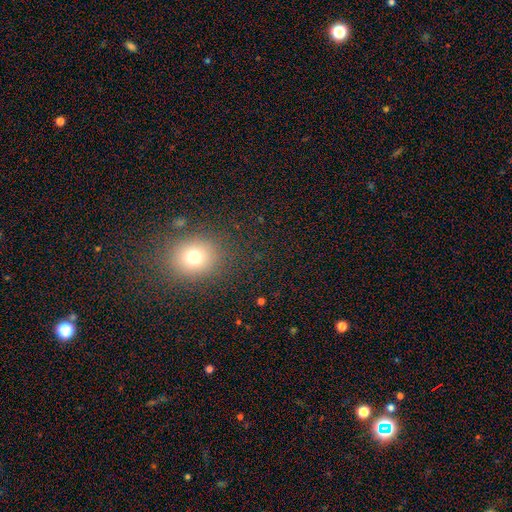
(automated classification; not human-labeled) Smooth or featured?
  - smooth: 65% *
  - star or artifact: 27%
  - featured or disk: 7%
How rounded?
  - round: 62% *
  - in between: 36%
  - cigar-shaped: 1%
Merging?
  - none: 89% *
  - minor disturbance: 7%
  - major disturbance: 3%
  - merger: 1%